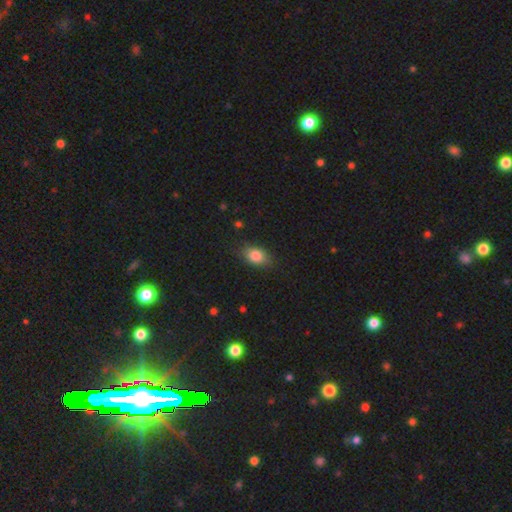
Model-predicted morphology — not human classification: smooth_or_featured: smooth (p=0.83) [alt: star or artifact p=0.09]
how_rounded: in between (p=0.80) [alt: round p=0.18]
merging: none (p=0.79) [alt: minor disturbance p=0.16]